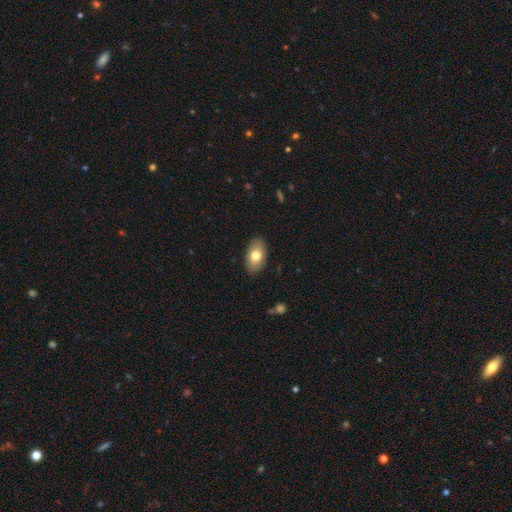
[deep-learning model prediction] Q: Smooth or featured?
A: smooth (76%); runner-up: featured or disk (18%)
Q: How rounded?
A: in between (93%); runner-up: round (6%)
Q: Merging?
A: none (87%); runner-up: minor disturbance (10%)